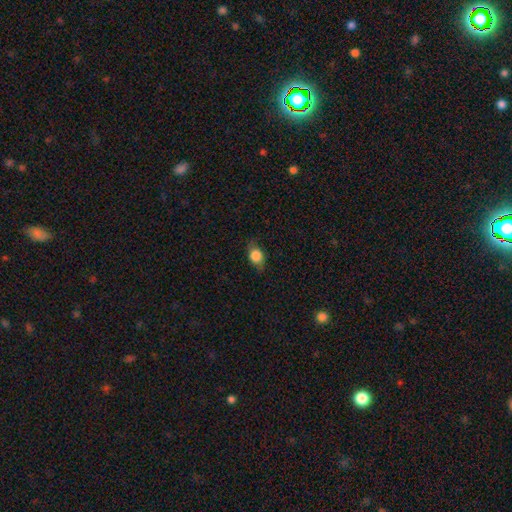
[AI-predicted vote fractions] smooth 80%, featured or disk 12%, star or artifact 8%. Down the decision tree: how rounded — in between (63%); merging — none (77%).